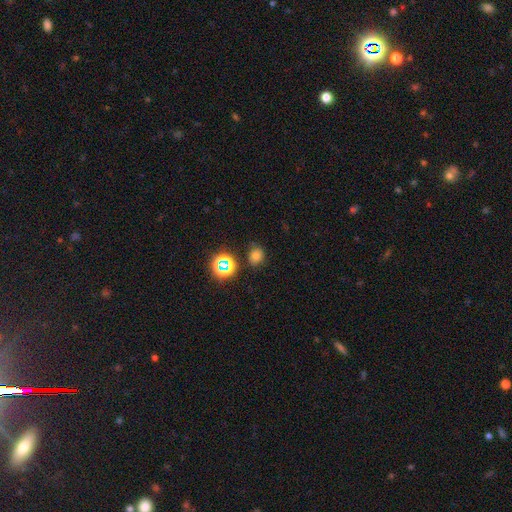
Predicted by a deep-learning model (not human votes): A smooth galaxy with no disk features (69%) that is round (66%). Merging: none (79%).